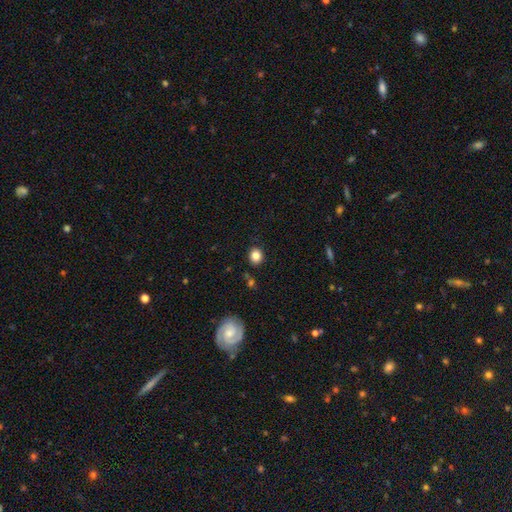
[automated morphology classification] smooth_or_featured: smooth (p=0.84) [alt: star or artifact p=0.11]
how_rounded: round (p=0.75) [alt: in between p=0.24]
merging: none (p=0.87) [alt: minor disturbance p=0.08]